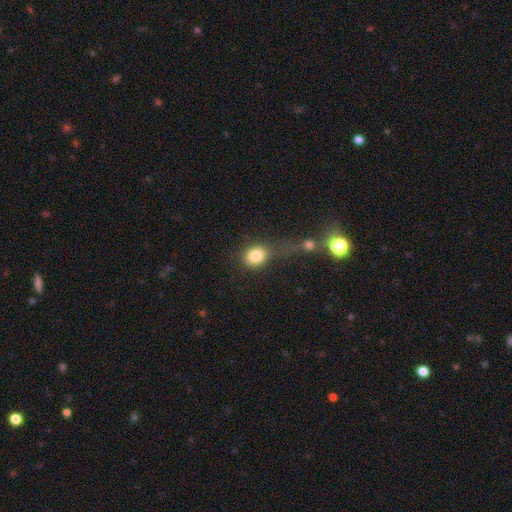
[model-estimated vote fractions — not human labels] This is clearly a smooth galaxy (83%). How rounded: possibly in between (56%). Merging: possibly none (54%).